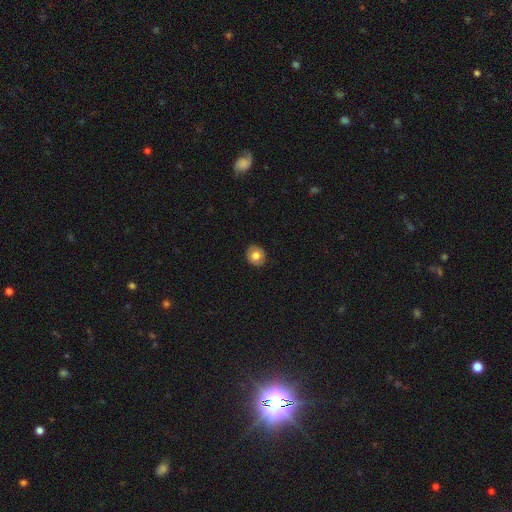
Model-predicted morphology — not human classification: Overall: smooth (72%). How rounded: round (80%). Merging: none (88%).